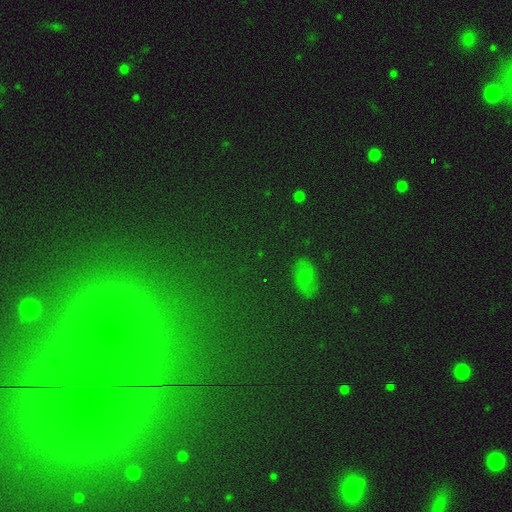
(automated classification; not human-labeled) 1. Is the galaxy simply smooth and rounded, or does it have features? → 65% star or artifact, 25% smooth, 10% featured or disk.